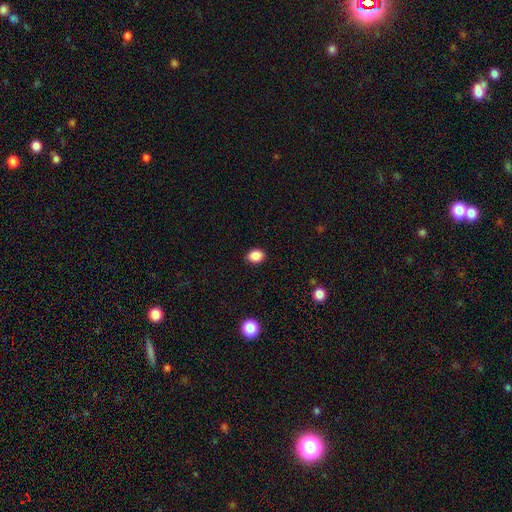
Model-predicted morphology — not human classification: A smooth galaxy with no disk features (87%) that is in between round and cigar-shaped (58%). Merging: none (87%).